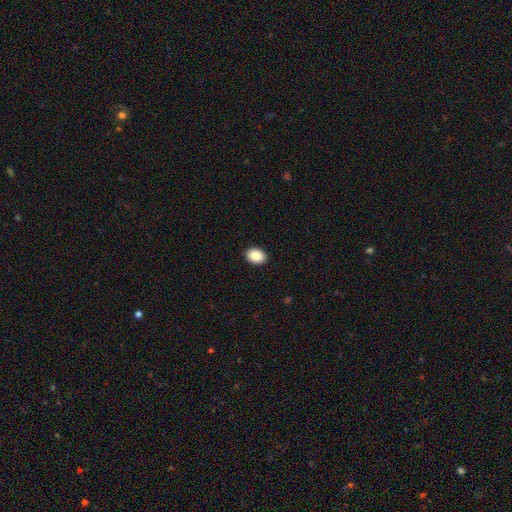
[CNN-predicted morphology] Smooth or featured: smooth — 87% (star or artifact — 8%)
How rounded: in between — 72% (round — 27%)
Merging: none — 92% (minor disturbance — 6%)